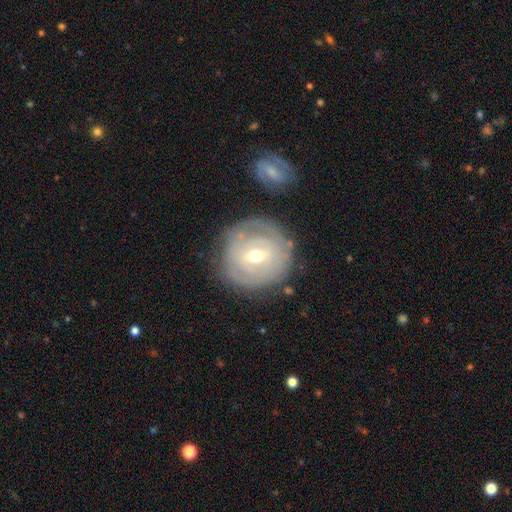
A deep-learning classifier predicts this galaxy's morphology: Smooth or featured: featured or disk — 68% (smooth — 25%)
Edge-on disk: no — 95% (yes — 5%)
Bar: weak — 52% (no — 29%)
Spiral arms: yes — 70% (no — 30%)
Bulge size: moderate — 58% (small — 38%)
Merging: none — 75% (minor disturbance — 15%)